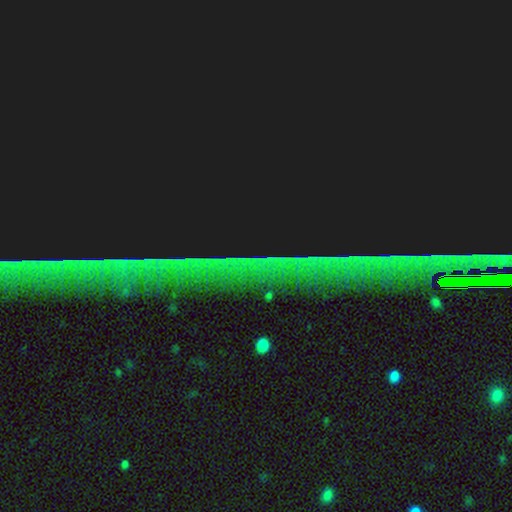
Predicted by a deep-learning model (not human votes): This appears to be a star or artifact, not a galaxy (86%).